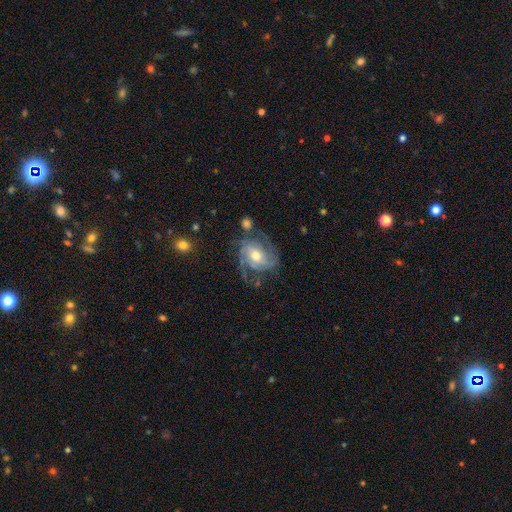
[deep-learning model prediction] Smooth or featured? Predicted: featured or disk (p=0.85). Edge-on disk? Predicted: no (p=0.97). Bar? Predicted: no (p=0.52). Spiral arms? Predicted: yes (p=0.96). Spiral winding? Predicted: medium (p=0.44). Spiral arm count? Predicted: 2 (p=0.39). Bulge size? Predicted: moderate (p=0.70). Merging? Predicted: none (p=0.63).